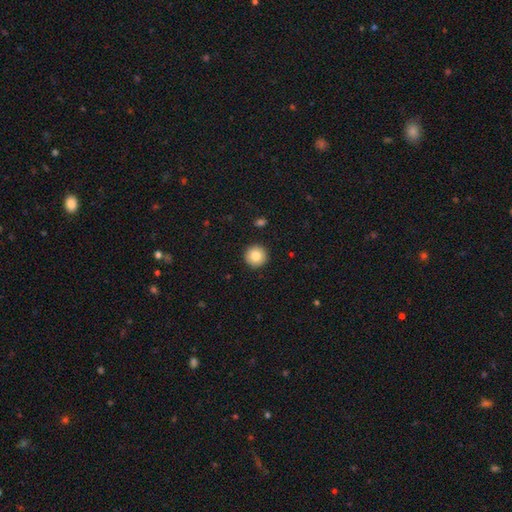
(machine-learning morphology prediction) Smooth or featured? Predicted: smooth (p=0.83). How rounded? Predicted: round (p=0.96). Merging? Predicted: none (p=0.93).